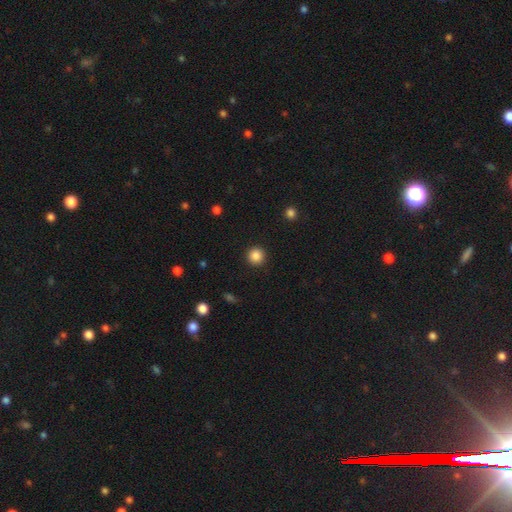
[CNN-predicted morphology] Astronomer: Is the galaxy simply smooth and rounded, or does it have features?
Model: smooth — 86%.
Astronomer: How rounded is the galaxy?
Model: round — 96%.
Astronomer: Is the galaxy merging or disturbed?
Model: none — 92%.